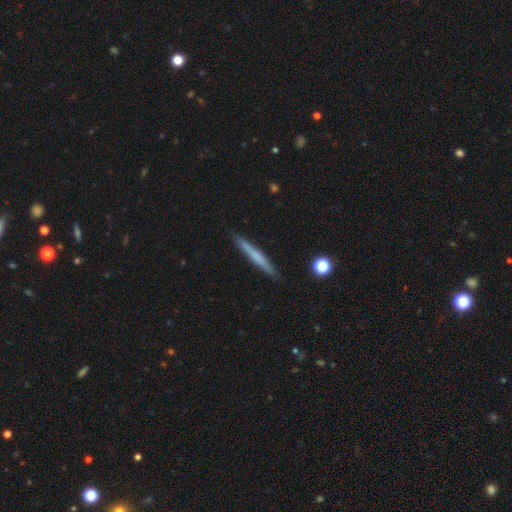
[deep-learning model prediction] Q: Smooth or featured?
A: smooth (54%); runner-up: featured or disk (40%)
Q: How rounded?
A: cigar-shaped (96%); runner-up: in between (2%)
Q: Merging?
A: none (90%); runner-up: minor disturbance (7%)